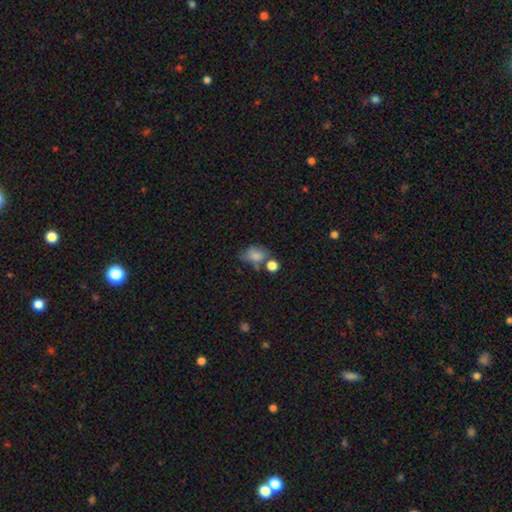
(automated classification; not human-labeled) Morphology: type=smooth (75%); roundness=in between (63%); merging=none (34%).